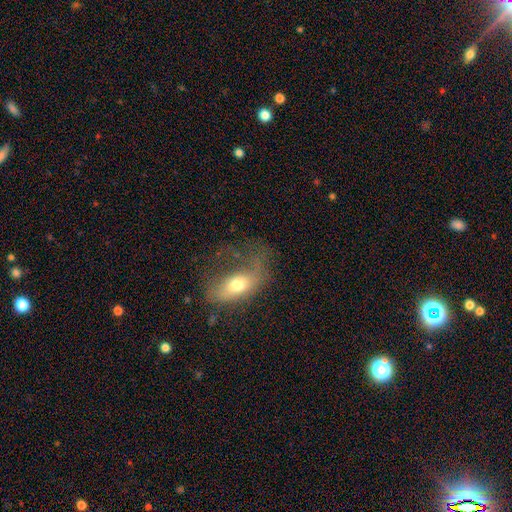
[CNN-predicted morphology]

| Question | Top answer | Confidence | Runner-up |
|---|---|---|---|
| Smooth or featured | featured or disk | 49% | smooth (35%) |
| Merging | none | 43% | major disturbance (31%) |